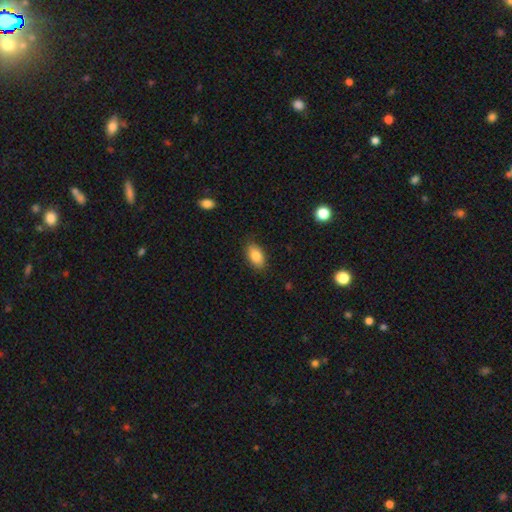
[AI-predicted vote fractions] Smooth or featured? smooth (86%)
How rounded? in between (92%)
Merging? none (84%)